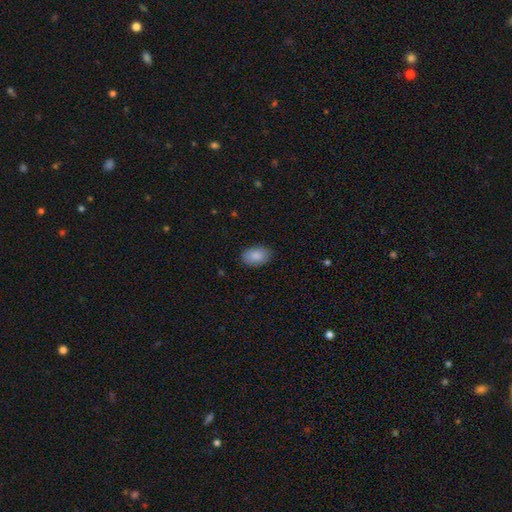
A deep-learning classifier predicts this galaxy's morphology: Smooth or featured: smooth — 88% (star or artifact — 7%)
How rounded: in between — 89% (round — 10%)
Merging: none — 85% (minor disturbance — 11%)